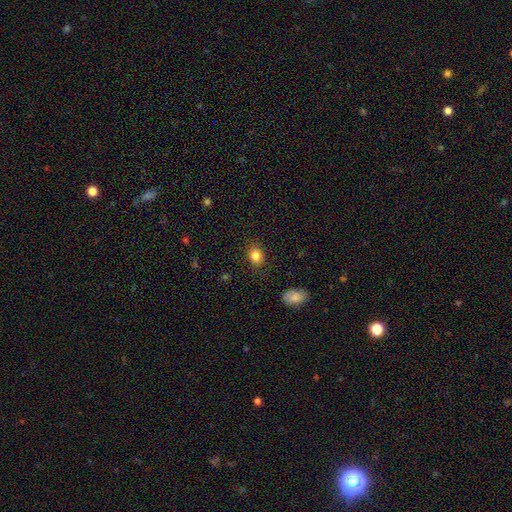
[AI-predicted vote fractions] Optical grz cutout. It shows a smooth galaxy with no disk features (83%) that is in between round and cigar-shaped (55%). Merging: none (86%).